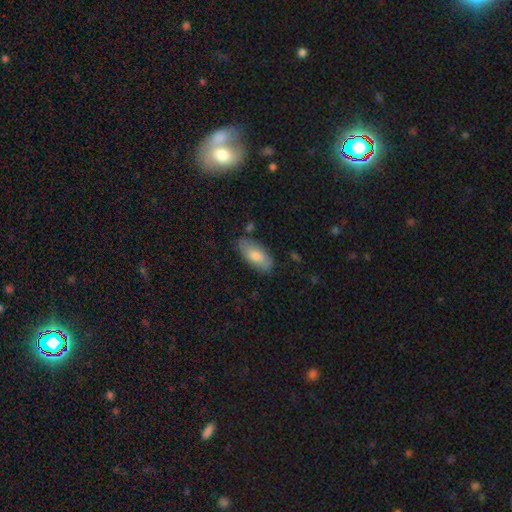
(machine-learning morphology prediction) The model was most divided on "smooth or featured": smooth: 78%, featured or disk: 16%, star or artifact: 6%. More confident: how rounded — in between (89%); merging — none (81%).